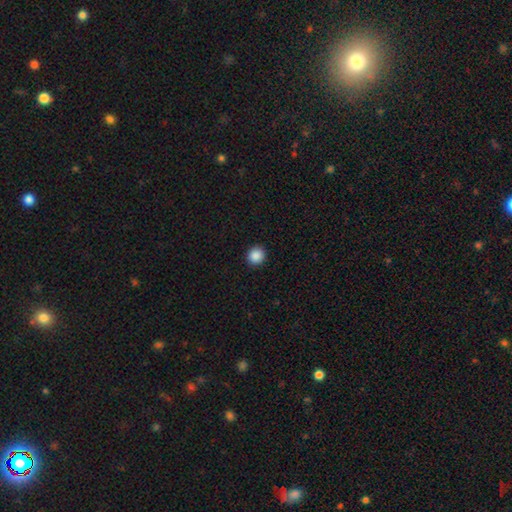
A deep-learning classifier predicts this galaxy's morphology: The model was most divided on "smooth or featured": smooth: 88%, star or artifact: 9%, featured or disk: 2%. More confident: merging — none (93%); how rounded — round (89%).